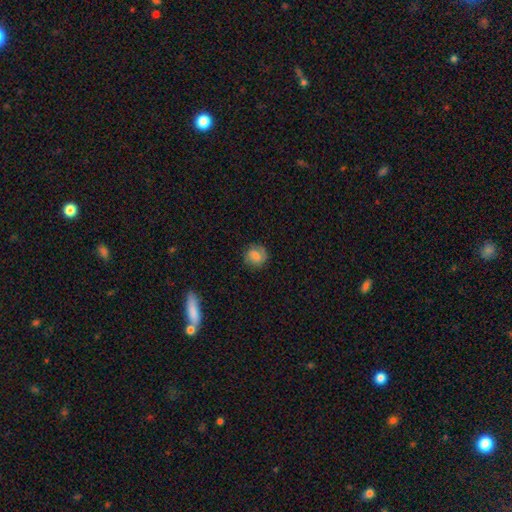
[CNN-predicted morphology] A smooth galaxy with no disk features (56%) that is round (83%).

Vote fractions:
- Smooth or featured? smooth: 56% / featured or disk: 35% / star or artifact: 10%
- How rounded? round: 83% / in between: 16% / cigar-shaped: 1%
- Merging? none: 80% / minor disturbance: 14% / major disturbance: 5% / merger: 1%